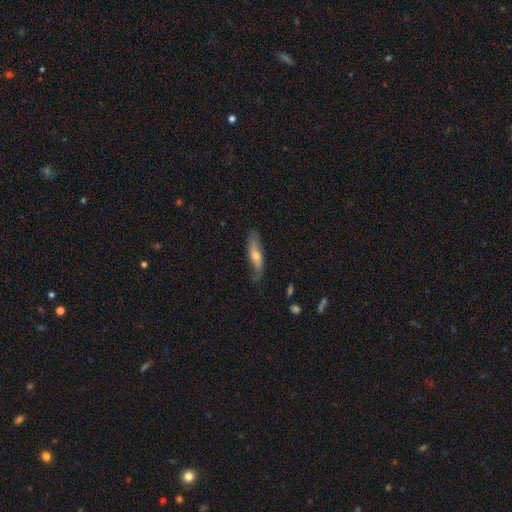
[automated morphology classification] featured or disk 47% (tied), smooth 47% (tied), star or artifact 6%. Down the decision tree: merging — none (69%).